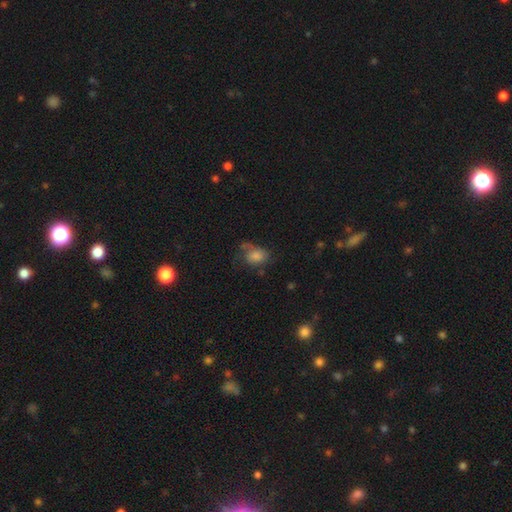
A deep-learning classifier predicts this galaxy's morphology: smooth-or-featured: smooth: 60% | featured or disk: 25% | star or artifact: 15%
  how-rounded: in between: 67% | round: 32% | cigar-shaped: 2%
  merging: none: 43% | minor disturbance: 27% | major disturbance: 25% | merger: 6%